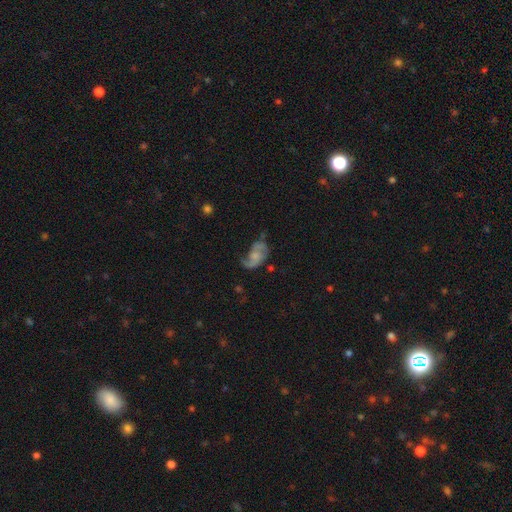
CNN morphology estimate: A featured or disk galaxy (70%) with no bar (67%), 2 (70%) loose (50%) spiral arms (88%) and a small central bulge (45%). Merging: none (42%).